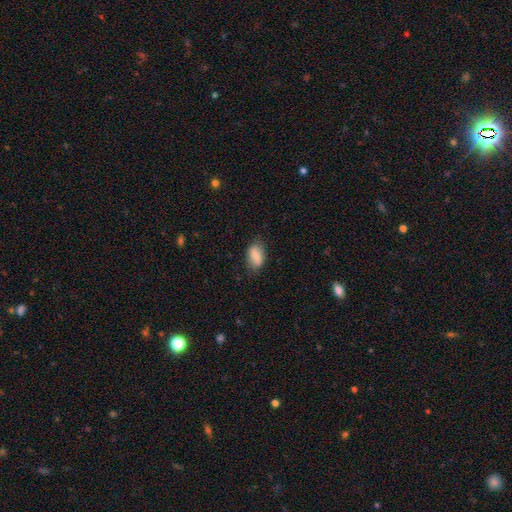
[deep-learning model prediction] Morphology: type=smooth (84%); roundness=in between (91%); merging=none (76%).